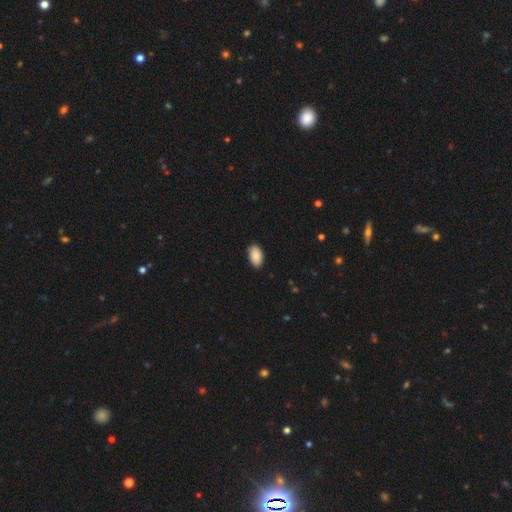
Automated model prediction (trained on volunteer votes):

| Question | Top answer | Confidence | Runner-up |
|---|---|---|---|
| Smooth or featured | smooth | 90% | star or artifact (6%) |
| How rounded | in between | 94% | round (5%) |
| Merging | none | 87% | minor disturbance (10%) |